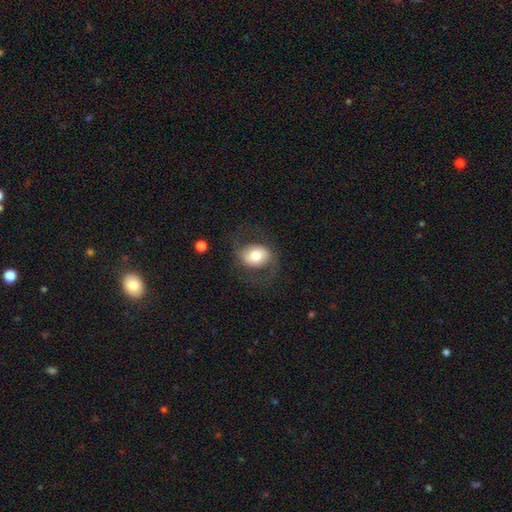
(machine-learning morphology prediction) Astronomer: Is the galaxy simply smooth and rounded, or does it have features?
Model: smooth — 48% (runner-up: featured or disk, 45%).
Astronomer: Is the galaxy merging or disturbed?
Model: none — 67%.